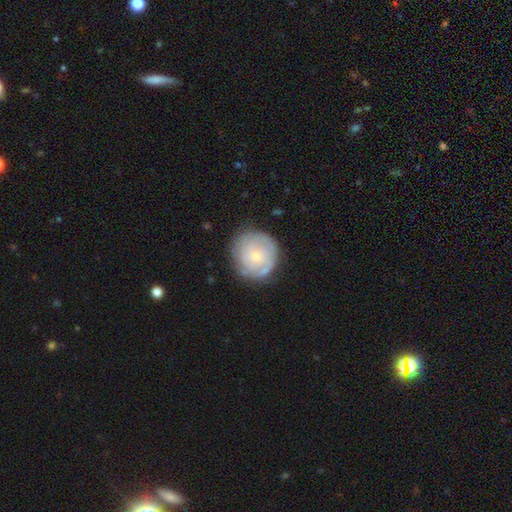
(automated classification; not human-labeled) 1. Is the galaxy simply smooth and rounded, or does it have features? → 60% featured or disk, 34% smooth, 6% star or artifact.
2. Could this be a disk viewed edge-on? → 98% no, 2% yes.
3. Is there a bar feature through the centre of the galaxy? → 82% no, 15% weak, 2% strong.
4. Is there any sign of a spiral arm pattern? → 77% yes, 23% no.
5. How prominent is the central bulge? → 69% small, 27% moderate, 2% none, 2% large, 1% dominant.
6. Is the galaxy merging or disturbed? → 73% none, 18% minor disturbance, 6% major disturbance, 3% merger.